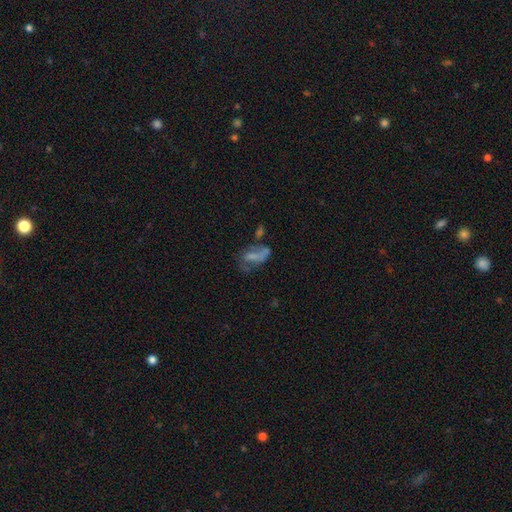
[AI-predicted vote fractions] Smooth or featured? featured or disk (43%, tied with smooth)
Merging? major disturbance (30%)